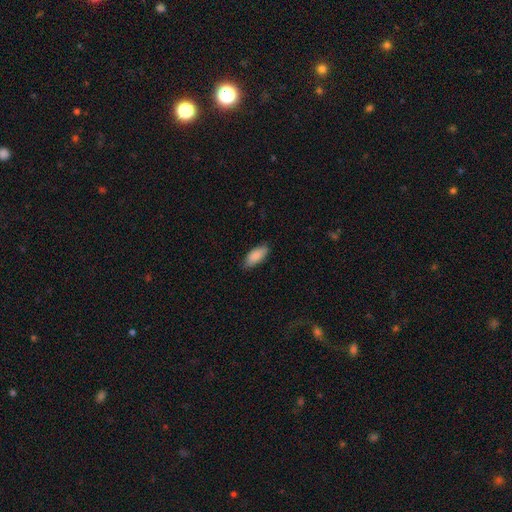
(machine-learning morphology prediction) smooth_or_featured: smooth (p=0.88) [alt: featured or disk p=0.06]
how_rounded: in between (p=0.85) [alt: cigar-shaped p=0.13]
merging: none (p=0.82) [alt: minor disturbance p=0.15]